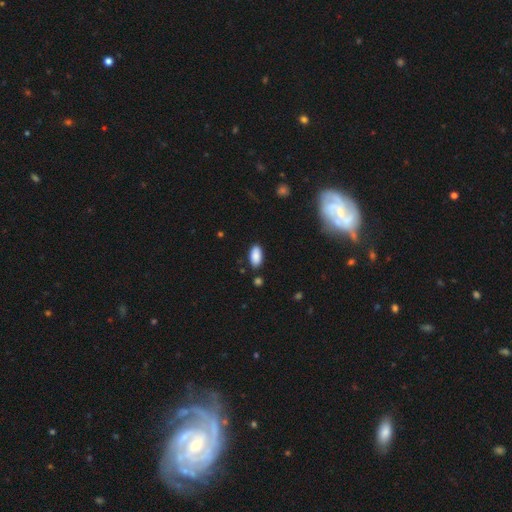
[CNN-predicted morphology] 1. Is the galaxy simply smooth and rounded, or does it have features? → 89% smooth, 7% star or artifact, 4% featured or disk.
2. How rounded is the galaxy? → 93% in between, 5% cigar-shaped, 2% round.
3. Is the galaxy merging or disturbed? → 85% none, 10% minor disturbance, 2% merger, 2% major disturbance.